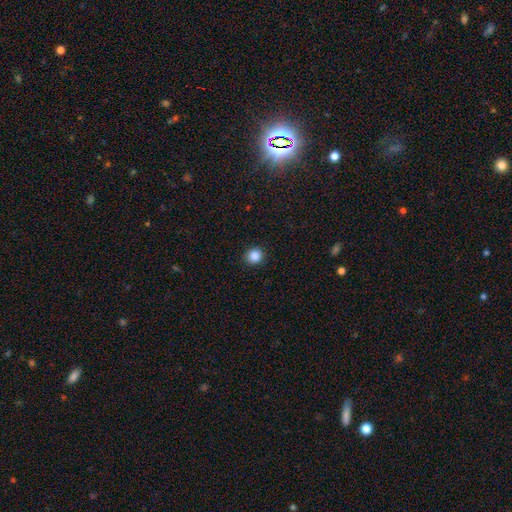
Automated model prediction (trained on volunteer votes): A smooth galaxy with no disk features (86%) that is round (89%). Merging: none (91%).